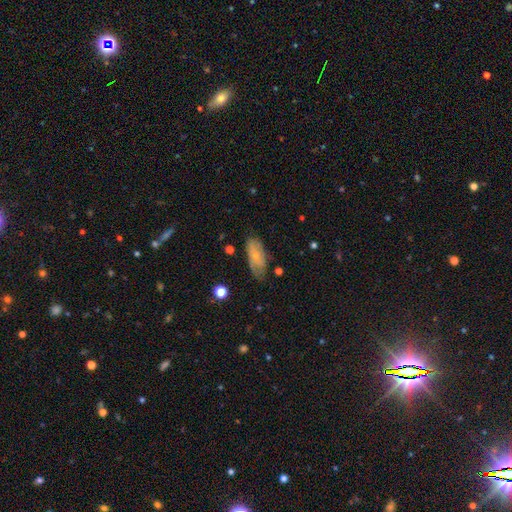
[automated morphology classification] This appears to be a smooth galaxy with no disk features (52%) that is in between round and cigar-shaped (86%). Merging: none (65%).